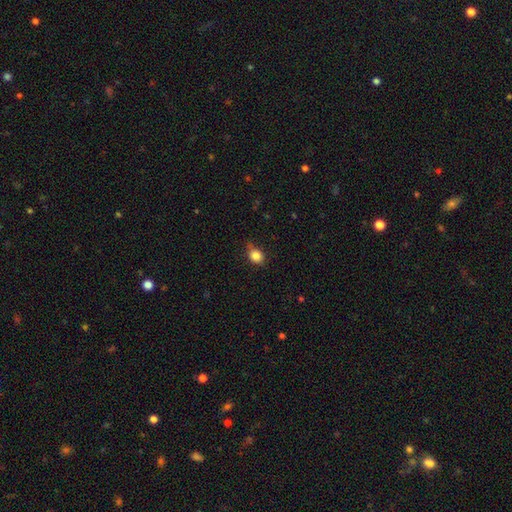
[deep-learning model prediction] Overall: smooth (84%). How rounded: round (59%; in between 40%). Merging: none (65%; minor disturbance 27%).